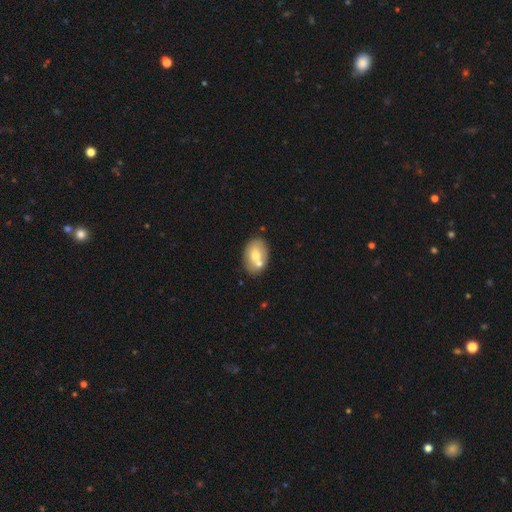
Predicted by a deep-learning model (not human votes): Smooth or featured?
  - smooth: 65% *
  - featured or disk: 27%
  - star or artifact: 8%
How rounded?
  - in between: 80% *
  - round: 19%
  - cigar-shaped: 1%
Merging?
  - none: 62% *
  - merger: 21%
  - minor disturbance: 13%
  - major disturbance: 3%